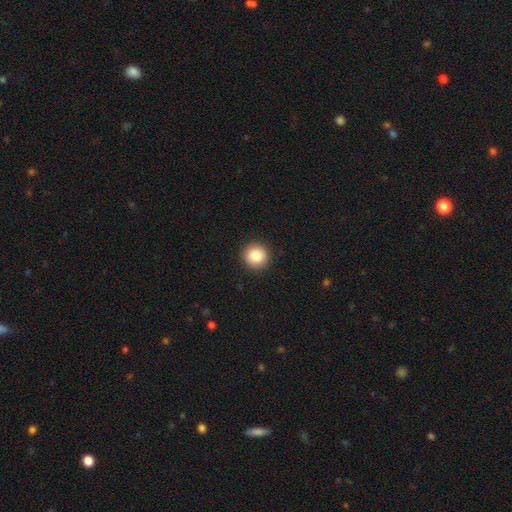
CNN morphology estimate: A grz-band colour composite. It shows a smooth galaxy with no disk features (86%) that is round (93%). Merging: none (92%).